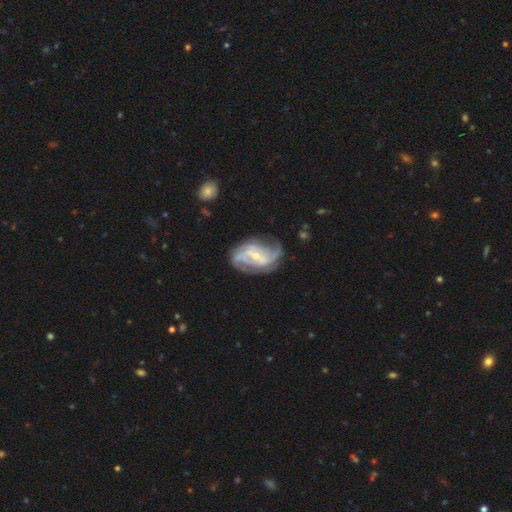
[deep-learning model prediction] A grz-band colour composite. It shows a featured or disk galaxy (87%) with a weak bar (46%), 2 (49%) medium (44%) spiral arms (94%) and a small central bulge (63%). Merging: none (60%).